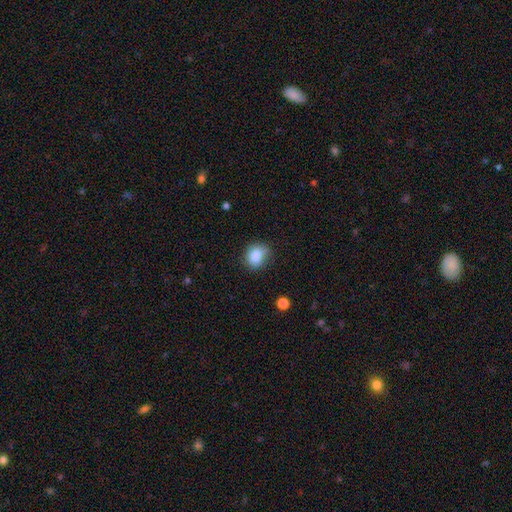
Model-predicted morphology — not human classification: smooth-or-featured: smooth: 83% | star or artifact: 9% | featured or disk: 7%
  how-rounded: round: 61% | in between: 38% | cigar-shaped: 1%
  merging: none: 70% | minor disturbance: 23% | major disturbance: 5% | merger: 2%